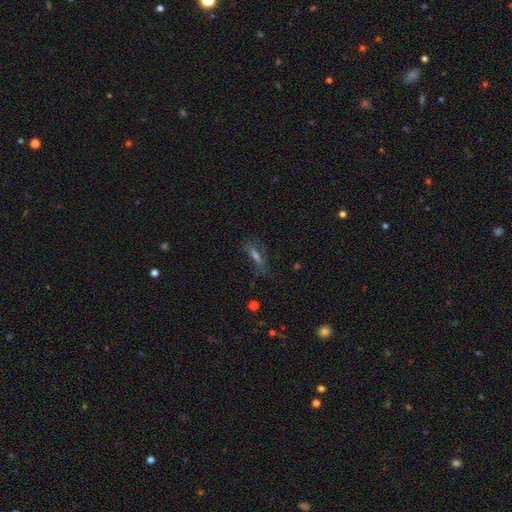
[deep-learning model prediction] Smooth or featured?
  - featured or disk: 40% *
  - smooth: 37%
  - star or artifact: 24%
Merging?
  - none: 64% *
  - minor disturbance: 20%
  - major disturbance: 13%
  - merger: 3%